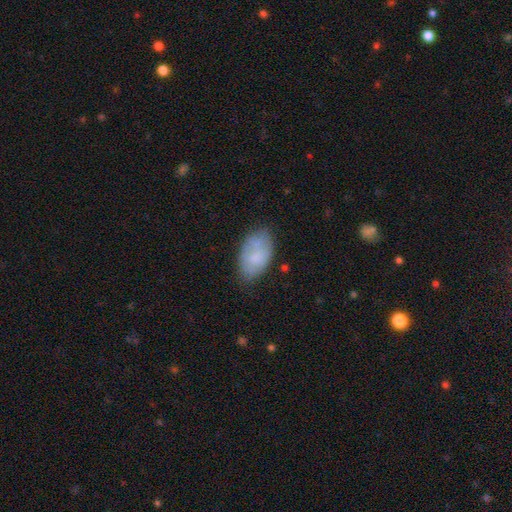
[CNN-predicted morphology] Smooth or featured? Predicted: smooth (p=0.70). How rounded? Predicted: in between (p=0.93). Merging? Predicted: none (p=0.66).